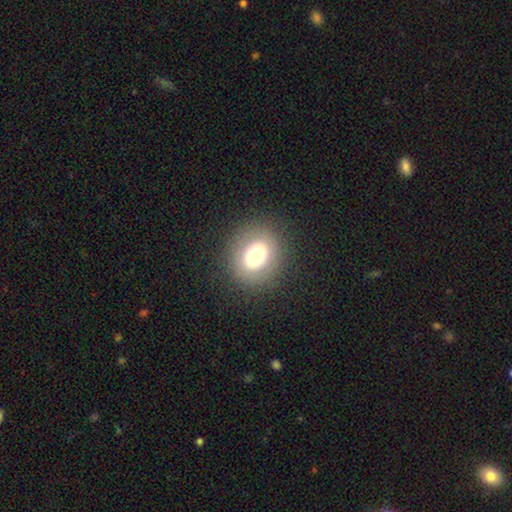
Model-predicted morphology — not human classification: The model was most divided on "how rounded": round: 69%, in between: 30%, cigar-shaped: 1%. More confident: merging — none (86%); smooth or featured — smooth (69%).